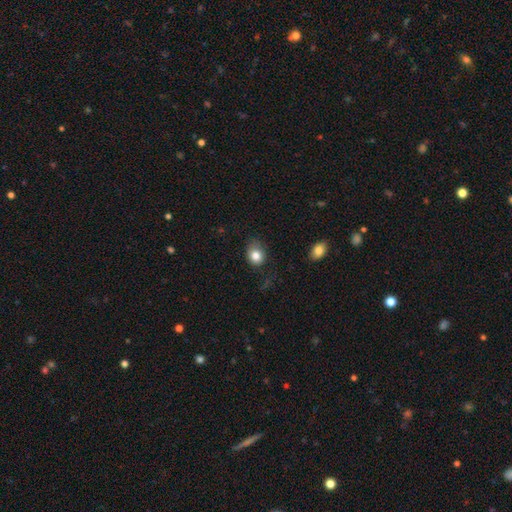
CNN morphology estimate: This appears to be a smooth galaxy with no disk features (81%) that is round (57%). Merging: none (65%).